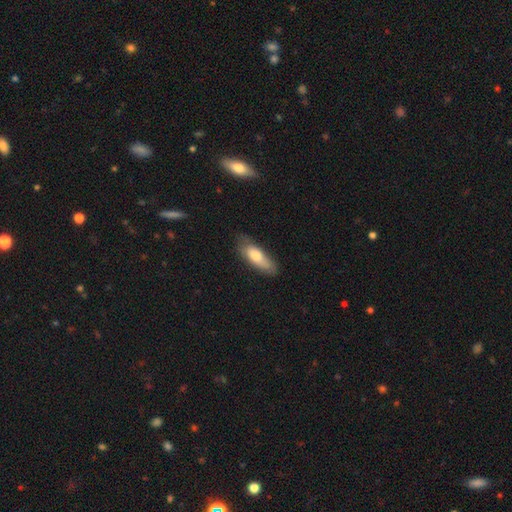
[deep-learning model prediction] Overall: smooth (72%). How rounded: in between (58%; cigar-shaped 40%). Merging: none (69%).